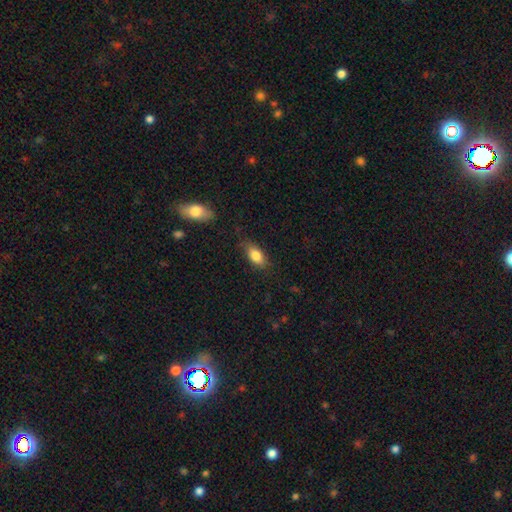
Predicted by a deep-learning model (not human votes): A smooth galaxy with no disk features (82%) that is in between round and cigar-shaped (87%). Merging: none (74%).